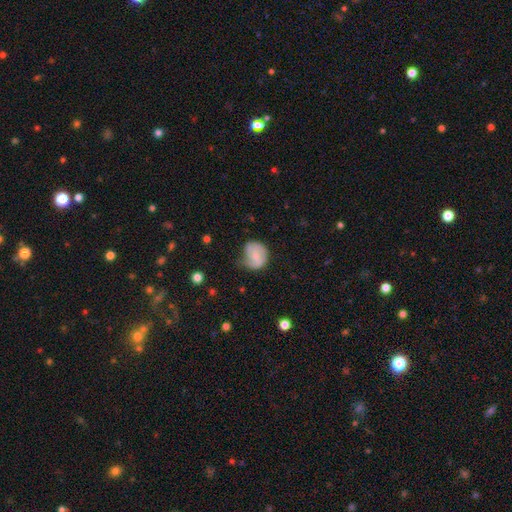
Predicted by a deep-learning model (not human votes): Overall: smooth (50%; featured or disk 44%). Merging: none (42%; minor disturbance 39%).